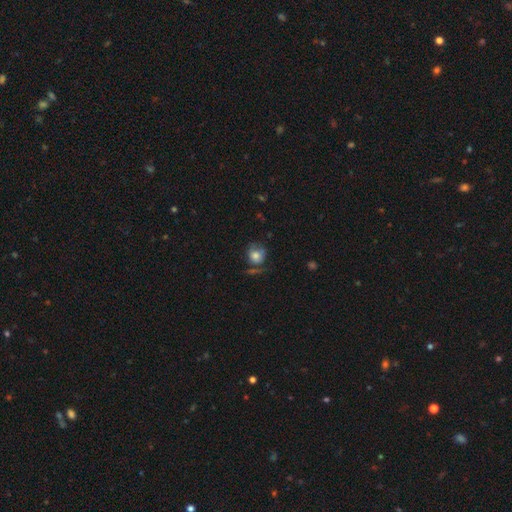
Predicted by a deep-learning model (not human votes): A smooth galaxy with no disk features (69%) that is round (76%).

Vote fractions:
- Smooth or featured? smooth: 69% / featured or disk: 22% / star or artifact: 9%
- How rounded? round: 76% / in between: 23% / cigar-shaped: 1%
- Merging? none: 45% / minor disturbance: 25% / major disturbance: 21% / merger: 9%